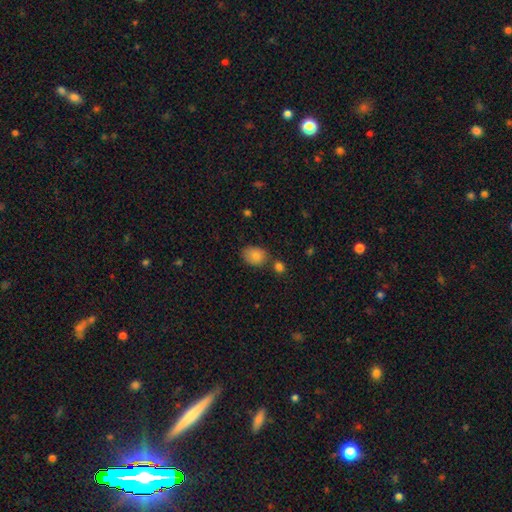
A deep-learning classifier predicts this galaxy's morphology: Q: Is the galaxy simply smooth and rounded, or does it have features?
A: smooth — 83%.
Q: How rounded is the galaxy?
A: in between — 69%.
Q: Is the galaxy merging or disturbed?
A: none — 67%.